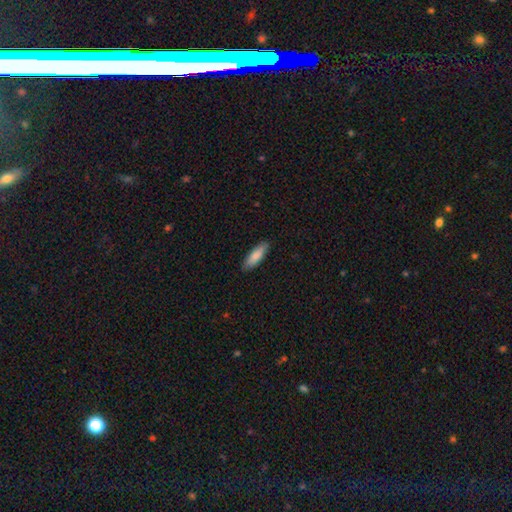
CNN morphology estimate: Smooth or featured: smooth — 86% (featured or disk — 9%)
How rounded: cigar-shaped — 51% (in between — 47%)
Merging: none — 88% (minor disturbance — 9%)